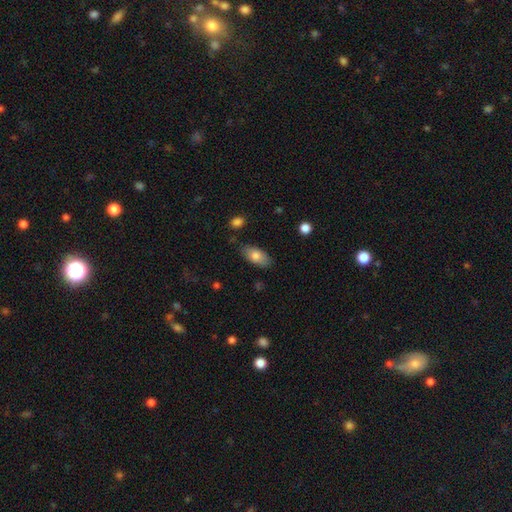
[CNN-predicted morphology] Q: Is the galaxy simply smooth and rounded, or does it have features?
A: smooth — 78%.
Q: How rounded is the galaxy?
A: in between — 91%.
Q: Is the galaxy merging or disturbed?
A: none — 83%.